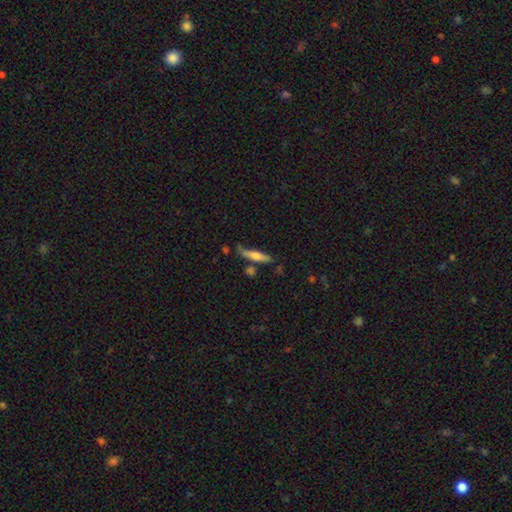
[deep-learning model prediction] smooth_or_featured: smooth (p=0.57) [alt: featured or disk p=0.36]
how_rounded: cigar-shaped (p=0.82) [alt: in between p=0.16]
merging: none (p=0.63) [alt: minor disturbance p=0.21]